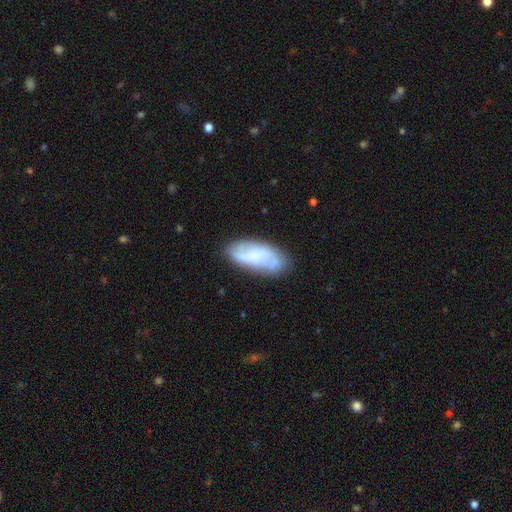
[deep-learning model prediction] A smooth galaxy with no disk features (49%).

Vote fractions:
- Smooth or featured? smooth: 49% / featured or disk: 43% / star or artifact: 8%
- Merging? none: 71% / minor disturbance: 19% / major disturbance: 6% / merger: 4%